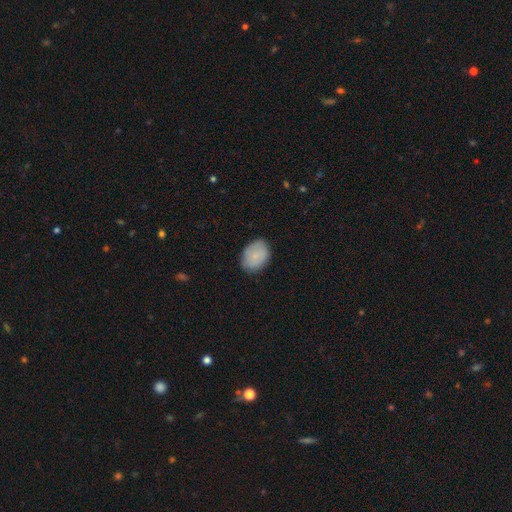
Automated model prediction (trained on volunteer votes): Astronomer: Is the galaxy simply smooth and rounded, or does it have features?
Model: smooth — 83%.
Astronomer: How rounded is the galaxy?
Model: in between — 75%.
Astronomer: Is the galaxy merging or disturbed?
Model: none — 80%.